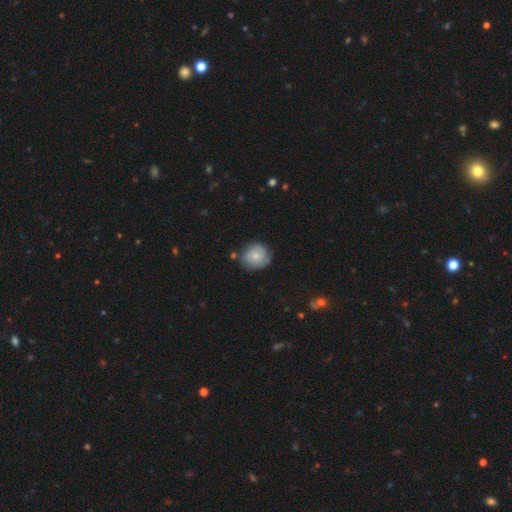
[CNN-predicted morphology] smooth_or_featured: smooth (p=0.72) [alt: featured or disk p=0.20]
how_rounded: round (p=0.83) [alt: in between p=0.16]
merging: none (p=0.71) [alt: minor disturbance p=0.21]